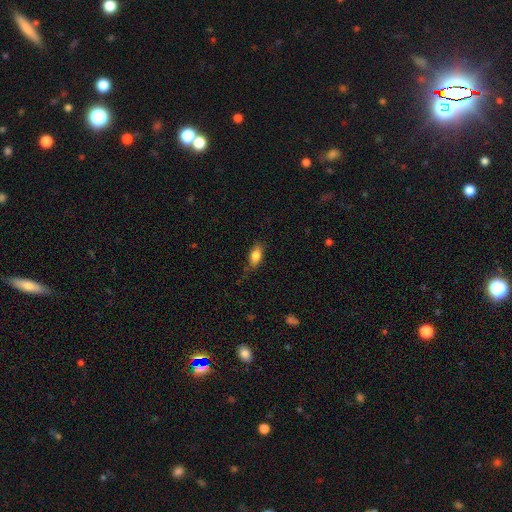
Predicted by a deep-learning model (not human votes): A smooth galaxy with no disk features (82%) that is in between round and cigar-shaped (84%). Merging: none (74%).